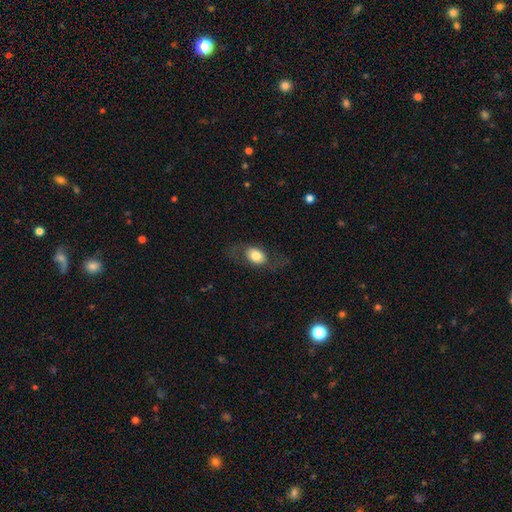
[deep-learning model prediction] smooth-or-featured: smooth: 65% | featured or disk: 27% | star or artifact: 7%
  how-rounded: in between: 74% | round: 24% | cigar-shaped: 2%
  merging: none: 70% | minor disturbance: 15% | major disturbance: 14% | merger: 1%